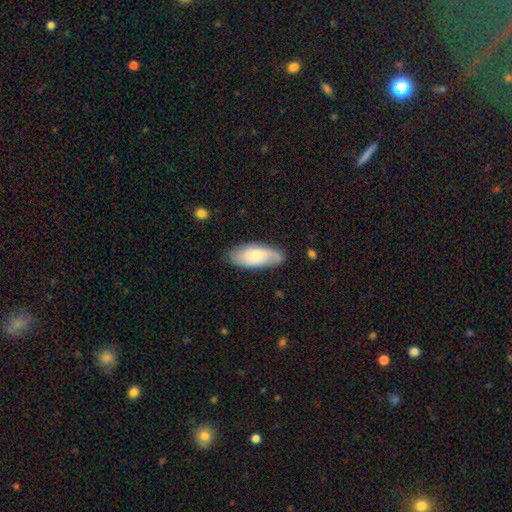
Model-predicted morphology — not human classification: Q: Smooth or featured?
A: smooth (49%); runner-up: featured or disk (44%)
Q: Merging?
A: none (76%); runner-up: minor disturbance (18%)